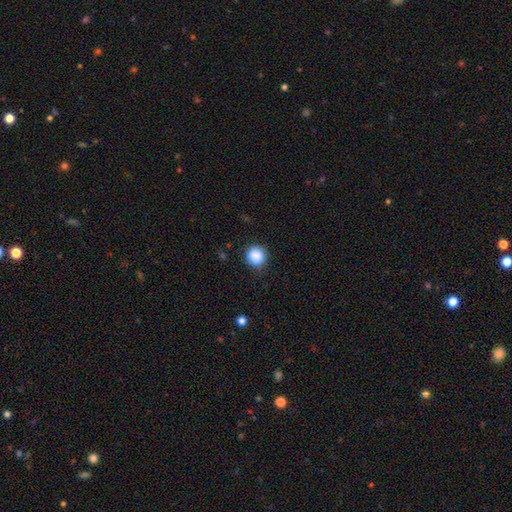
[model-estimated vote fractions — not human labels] A smooth galaxy with no disk features (87%) that is round (91%).

Vote fractions:
- Smooth or featured? smooth: 87% / star or artifact: 9% / featured or disk: 3%
- How rounded? round: 91% / in between: 8% / cigar-shaped: 1%
- Merging? none: 84% / minor disturbance: 12% / major disturbance: 3% / merger: 1%